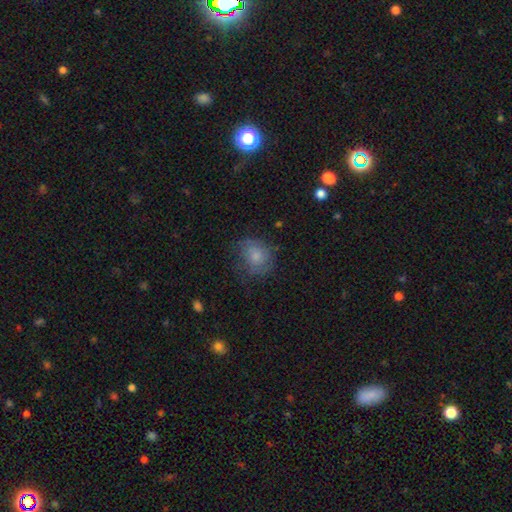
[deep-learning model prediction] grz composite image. It shows a smooth galaxy with no disk features (69%) that is round (64%). Merging: none (57%).